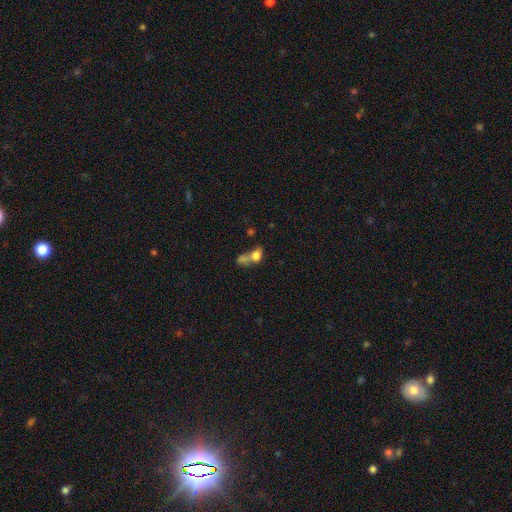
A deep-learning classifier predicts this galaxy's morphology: smooth 72%, featured or disk 17%, star or artifact 11%. Down the decision tree: how rounded — in between (64%); merging — merger (62%).